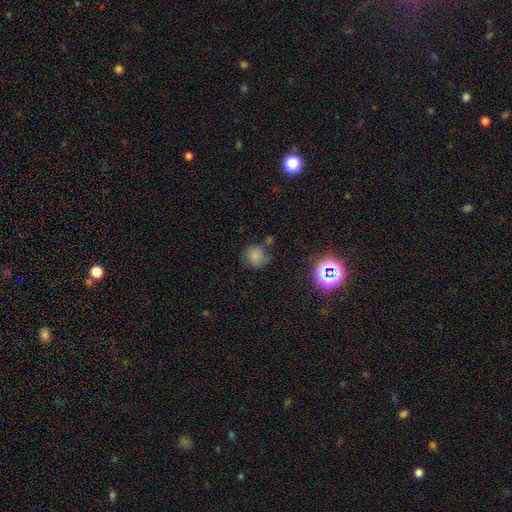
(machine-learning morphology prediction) The model was most divided on "merging": none: 58%, minor disturbance: 23%, merger: 10%, major disturbance: 9%. More confident: how rounded — round (80%); smooth or featured — smooth (72%).